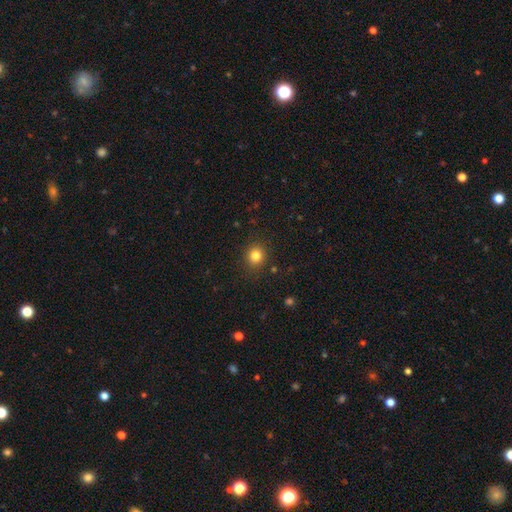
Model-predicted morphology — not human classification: smooth-or-featured: smooth: 82% | star or artifact: 12% | featured or disk: 5%
  how-rounded: round: 85% | in between: 14% | cigar-shaped: 1%
  merging: none: 89% | minor disturbance: 7% | major disturbance: 3% | merger: 1%